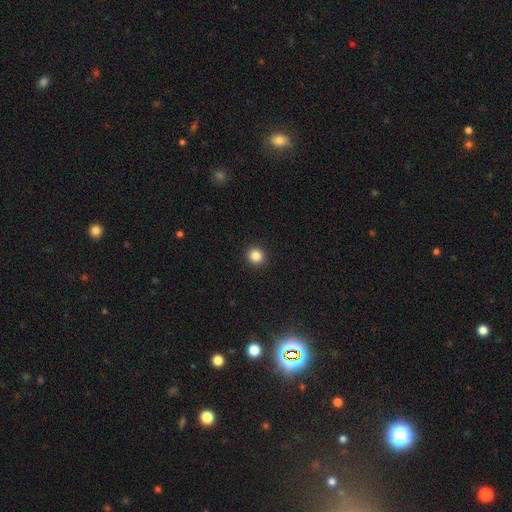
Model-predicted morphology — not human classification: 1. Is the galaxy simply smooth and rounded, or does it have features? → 85% smooth, 11% star or artifact, 4% featured or disk.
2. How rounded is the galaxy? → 93% round, 6% in between, 1% cigar-shaped.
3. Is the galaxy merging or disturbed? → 93% none, 4% minor disturbance, 2% major disturbance, 1% merger.